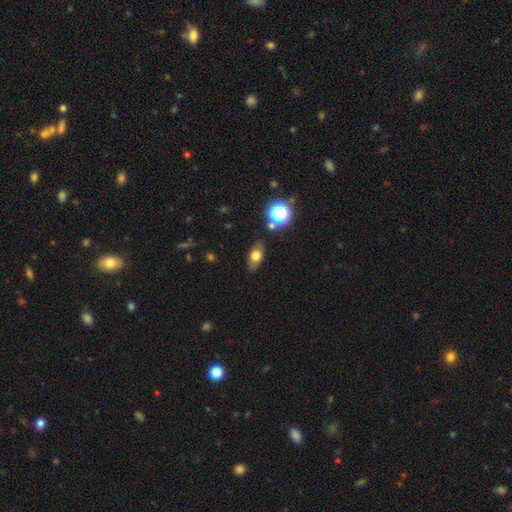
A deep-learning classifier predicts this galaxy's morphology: smooth_or_featured: smooth (p=0.69) [alt: featured or disk p=0.18]
how_rounded: in between (p=0.81) [alt: round p=0.14]
merging: none (p=0.82) [alt: minor disturbance p=0.12]